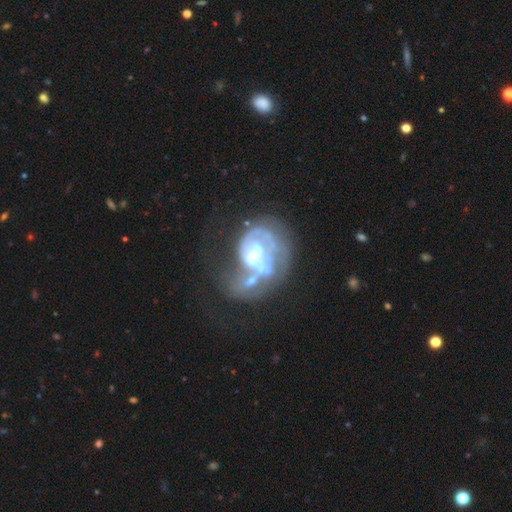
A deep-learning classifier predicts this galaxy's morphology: Smooth or featured: featured or disk — 74% (smooth — 16%)
Edge-on disk: no — 98% (yes — 2%)
Bar: no — 54% (weak — 31%)
Spiral arms: no — 54% (yes — 46%)
Bulge size: moderate — 40% (none — 24%)
Merging: major disturbance — 36% (merger — 34%)